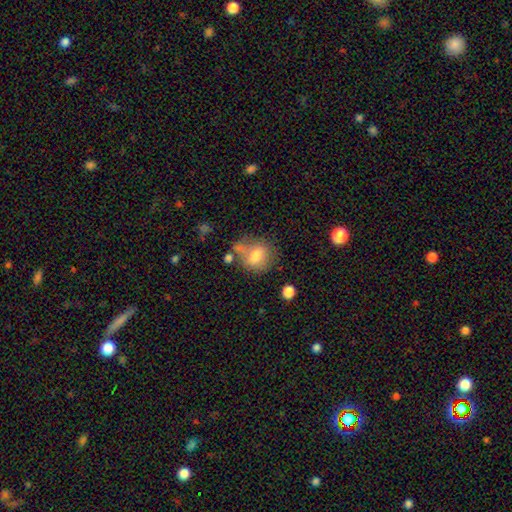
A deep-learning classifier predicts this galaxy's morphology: type=smooth (73%); roundness=round (62%); merging=none (52%).